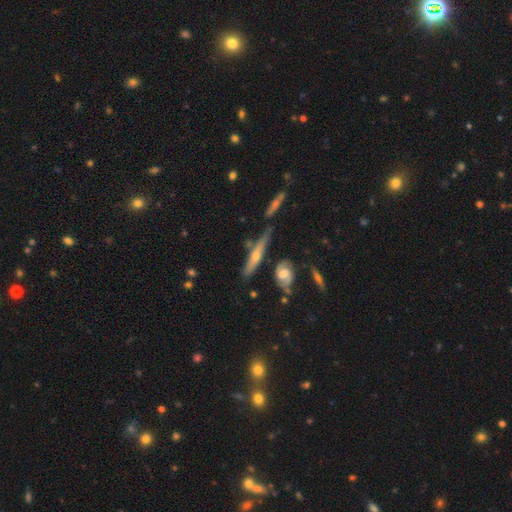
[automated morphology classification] type=featured or disk (55%); edge-on=yes (83%); merging=none (58%).